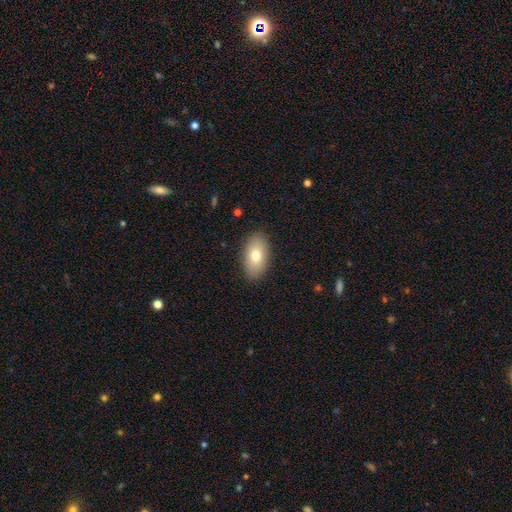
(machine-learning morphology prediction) A smooth galaxy with no disk features (76%) that is in between round and cigar-shaped (92%). Merging: none (88%).